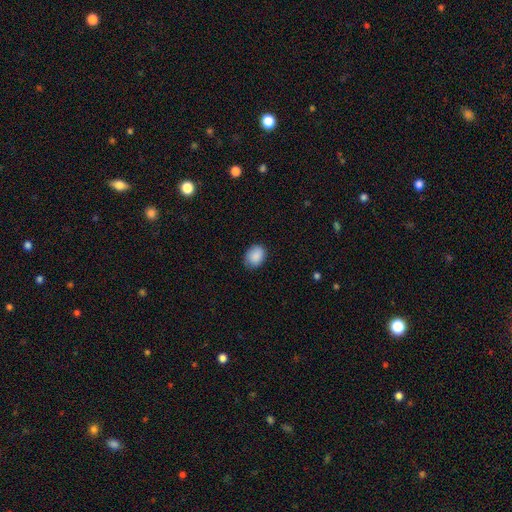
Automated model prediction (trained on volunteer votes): smooth_or_featured: smooth (p=0.89) [alt: star or artifact p=0.07]
how_rounded: in between (p=0.66) [alt: round p=0.33]
merging: none (p=0.78) [alt: minor disturbance p=0.18]